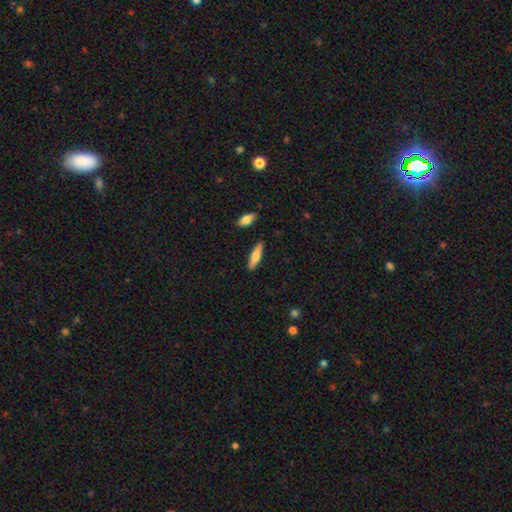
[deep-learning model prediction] smooth_or_featured: smooth (p=0.70) [alt: featured or disk p=0.24]
how_rounded: cigar-shaped (p=0.69) [alt: in between p=0.29]
merging: none (p=0.88) [alt: minor disturbance p=0.08]